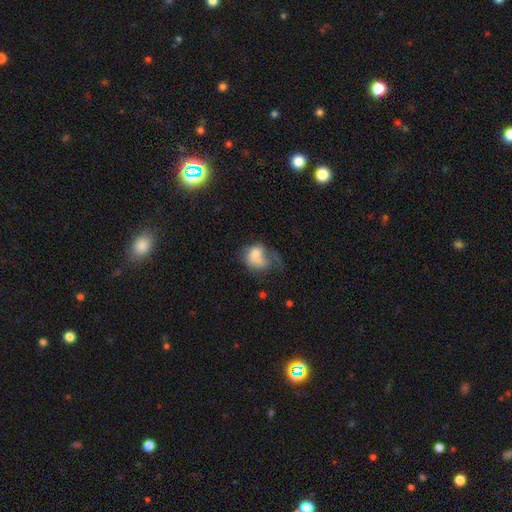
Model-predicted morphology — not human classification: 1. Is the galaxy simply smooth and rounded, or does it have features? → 67% smooth, 24% featured or disk, 9% star or artifact.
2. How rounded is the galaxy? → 56% in between, 43% round, 1% cigar-shaped.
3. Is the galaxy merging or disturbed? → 45% major disturbance, 20% minor disturbance, 20% none, 15% merger.